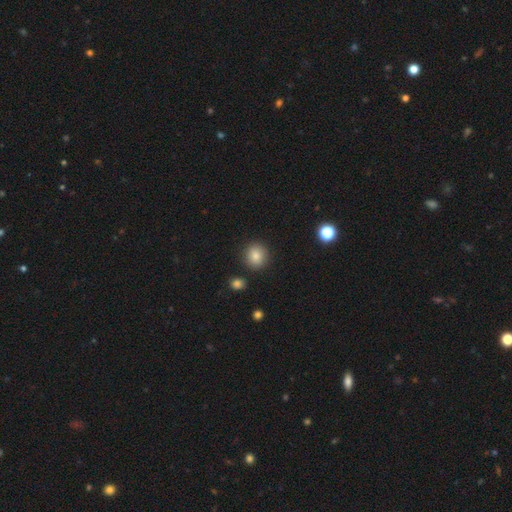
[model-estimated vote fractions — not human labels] Smooth or featured: smooth — 84% (star or artifact — 10%)
How rounded: round — 85% (in between — 14%)
Merging: none — 87% (minor disturbance — 8%)